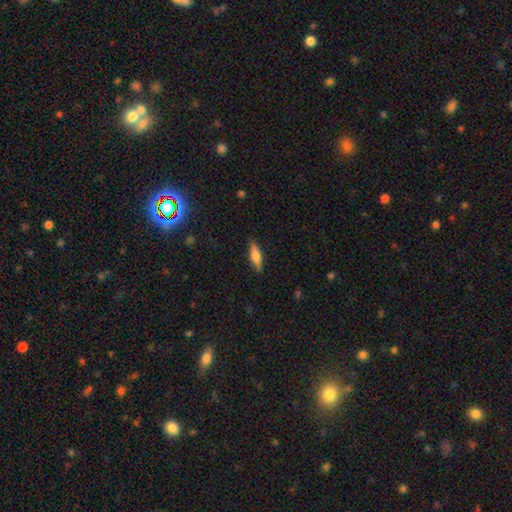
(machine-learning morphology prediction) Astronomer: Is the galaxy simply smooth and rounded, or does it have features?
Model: smooth — 69%.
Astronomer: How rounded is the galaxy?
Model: cigar-shaped — 50% (runner-up: in between, 48%).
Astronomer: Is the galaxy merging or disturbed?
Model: none — 86%.